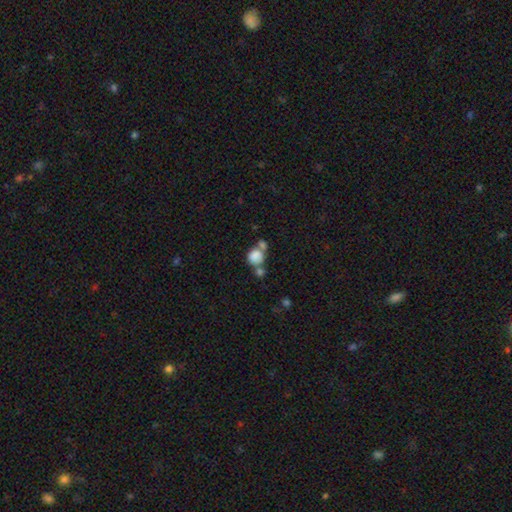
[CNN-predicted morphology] Smooth or featured: smooth — 80% (featured or disk — 10%)
How rounded: round — 73% (in between — 26%)
Merging: merger — 50% (none — 34%)